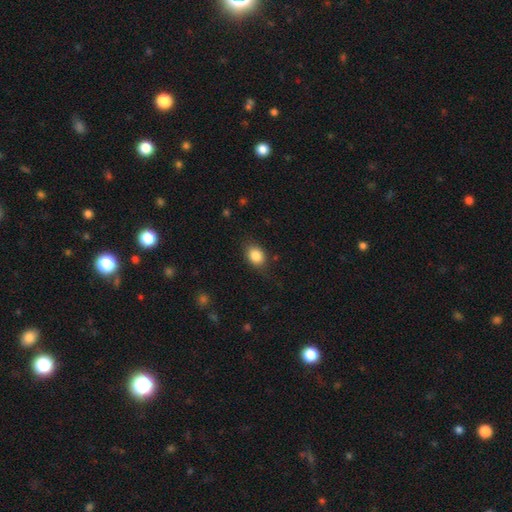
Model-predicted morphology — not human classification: Overall: smooth (85%). How rounded: in between (58%; round 40%). Merging: none (77%).